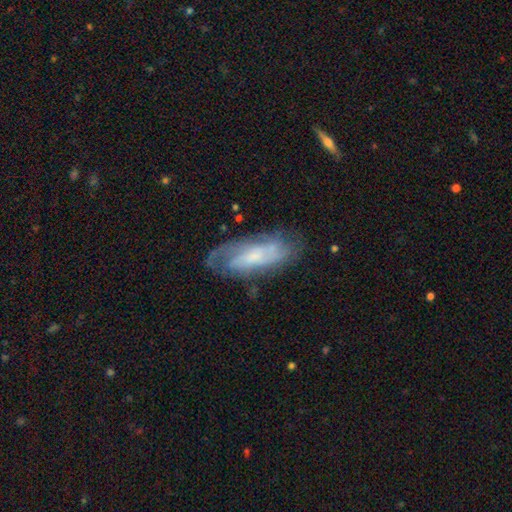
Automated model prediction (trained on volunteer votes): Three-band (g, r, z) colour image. It shows a featured or disk galaxy (67%) with no bar (58%), spiral arms (83%) and a small central bulge (53%). Merging: none (63%).